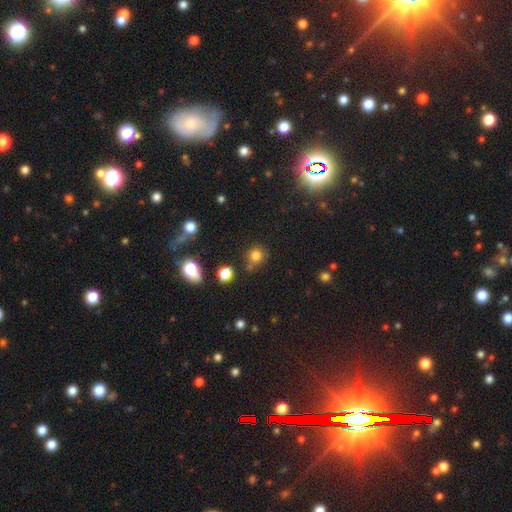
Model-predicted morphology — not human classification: Smooth or featured? smooth (79%)
How rounded? round (85%)
Merging? none (71%)